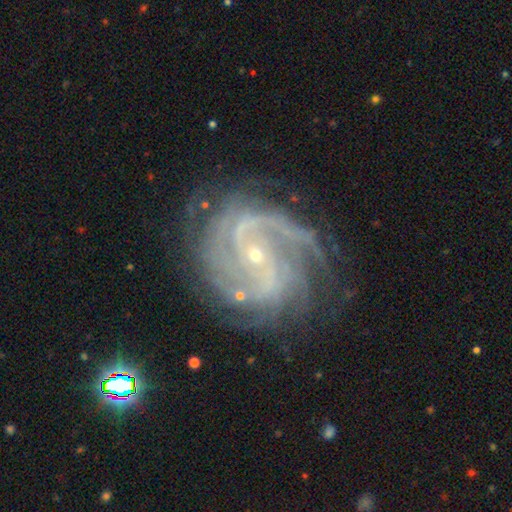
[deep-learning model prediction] A featured or disk galaxy (90%) with no bar (42%), 2 (30%) tight (48%) spiral arms (98%) and a small central bulge (86%).

Vote fractions:
- Smooth or featured? featured or disk: 90% / star or artifact: 7% / smooth: 4%
- Edge-on disk? no: 98% / yes: 2%
- Bar? no: 42% / weak: 37% / strong: 21%
- Spiral arms? yes: 98% / no: 2%
- Spiral winding? tight: 48% / medium: 42% / loose: 10%
- Spiral arm count? 2: 30% / 3: 20% / can't tell: 19% / 4: 14% / more than 4: 9% / 1: 8%
- Bulge size? small: 86% / moderate: 11% / none: 2% / large: 1% / dominant: 1%
- Merging? none: 70% / minor disturbance: 18% / major disturbance: 10% / merger: 2%